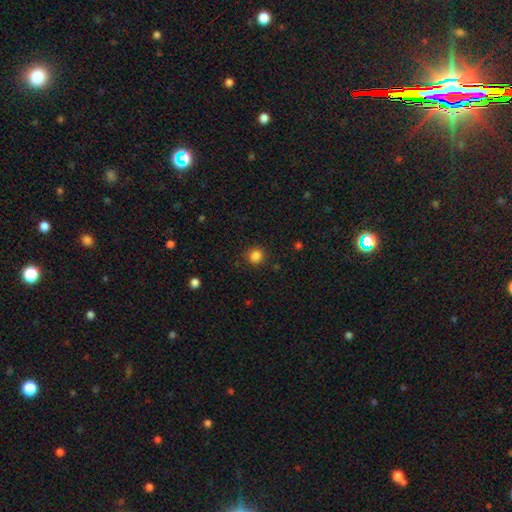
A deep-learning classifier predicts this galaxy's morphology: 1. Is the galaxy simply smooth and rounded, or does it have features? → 85% smooth, 12% star or artifact, 3% featured or disk.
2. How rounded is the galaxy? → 77% round, 22% in between, 1% cigar-shaped.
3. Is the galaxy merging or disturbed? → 83% none, 12% minor disturbance, 3% major disturbance, 2% merger.